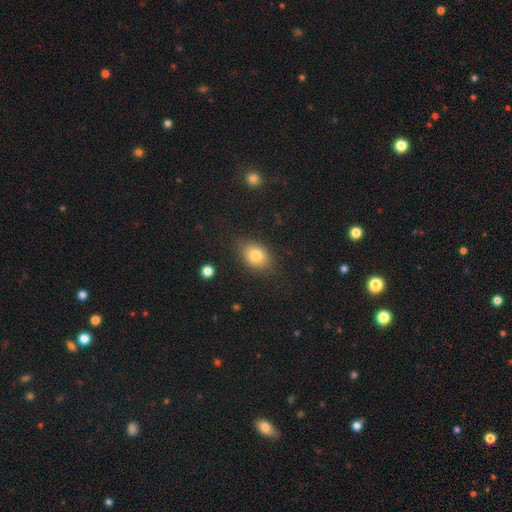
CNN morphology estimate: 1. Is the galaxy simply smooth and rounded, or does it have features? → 79% smooth, 11% featured or disk, 10% star or artifact.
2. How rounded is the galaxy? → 71% in between, 27% round, 1% cigar-shaped.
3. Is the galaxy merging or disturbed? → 80% none, 14% minor disturbance, 4% major disturbance, 2% merger.